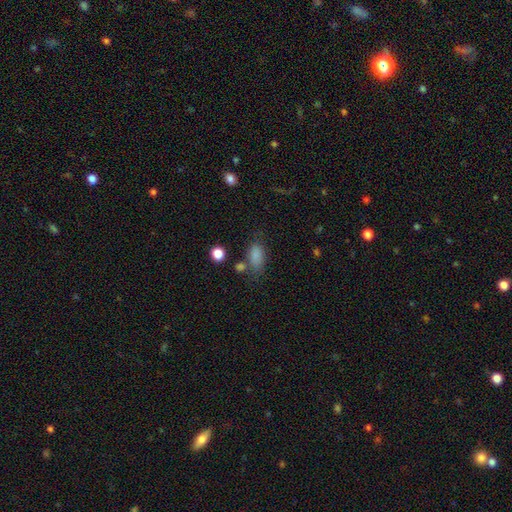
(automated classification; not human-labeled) The model was most divided on "merging": none: 56%, minor disturbance: 23%, major disturbance: 11%, merger: 10%. More confident: how rounded — in between (87%); smooth or featured — smooth (82%).